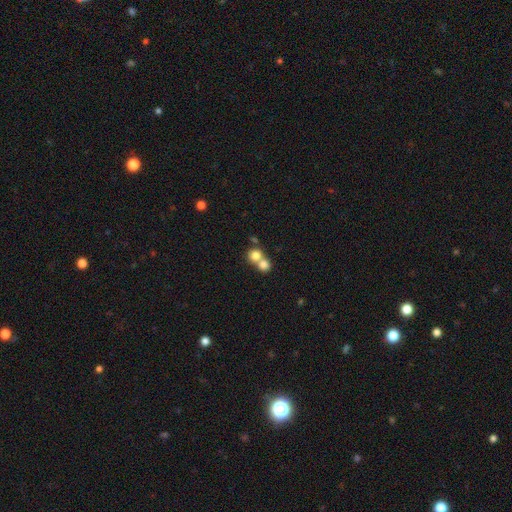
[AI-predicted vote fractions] smooth-or-featured: smooth: 78% | featured or disk: 12% | star or artifact: 10%
  how-rounded: round: 85% | in between: 14% | cigar-shaped: 1%
  merging: merger: 58% | none: 35% | minor disturbance: 5% | major disturbance: 2%